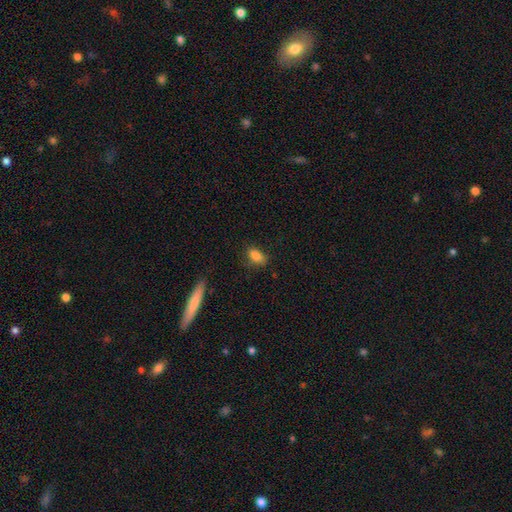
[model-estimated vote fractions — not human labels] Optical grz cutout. It shows a smooth galaxy with no disk features (84%) that is in between round and cigar-shaped (84%). Merging: none (76%).